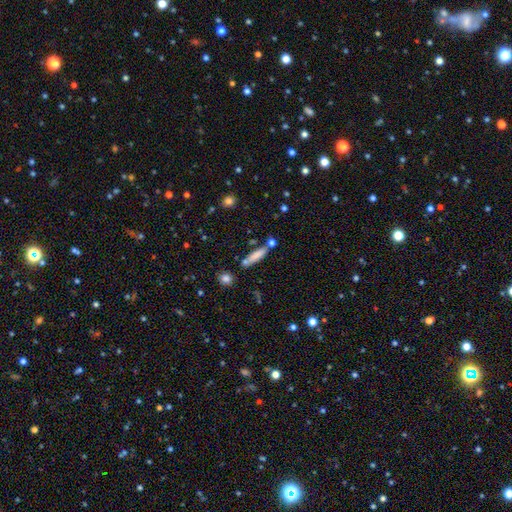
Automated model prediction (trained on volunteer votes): This appears to be a smooth galaxy with no disk features (78%) that is cigar-shaped (77%). Merging: none (70%).